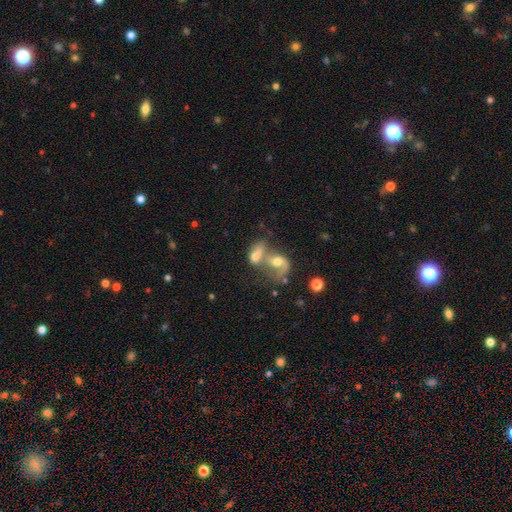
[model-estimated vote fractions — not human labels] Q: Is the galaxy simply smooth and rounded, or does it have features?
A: smooth — 49%.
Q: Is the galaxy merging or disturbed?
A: merger — 76%.